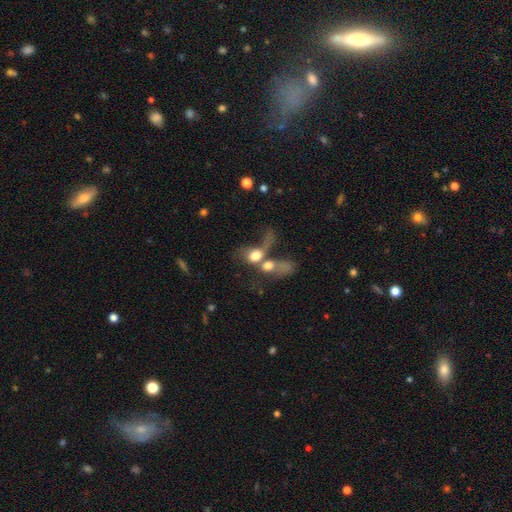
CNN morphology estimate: A smooth galaxy with no disk features (59%) that is in between round and cigar-shaped (55%).

Vote fractions:
- Smooth or featured? smooth: 59% / featured or disk: 30% / star or artifact: 12%
- How rounded? in between: 55% / round: 40% / cigar-shaped: 5%
- Merging? merger: 66% / major disturbance: 19% / none: 10% / minor disturbance: 5%